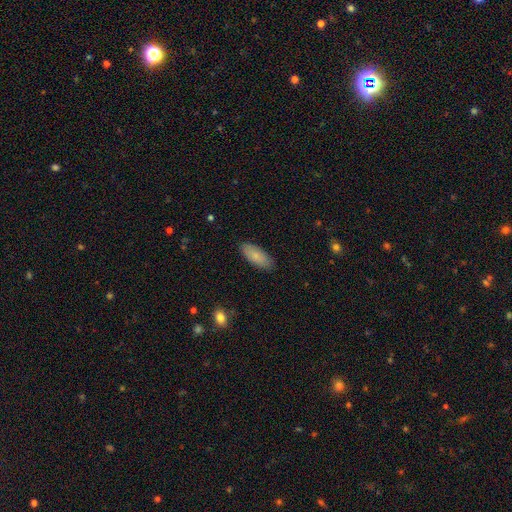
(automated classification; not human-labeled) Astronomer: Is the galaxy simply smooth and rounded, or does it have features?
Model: smooth — 82%.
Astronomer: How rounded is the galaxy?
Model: in between — 79%.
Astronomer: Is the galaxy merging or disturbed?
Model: none — 87%.